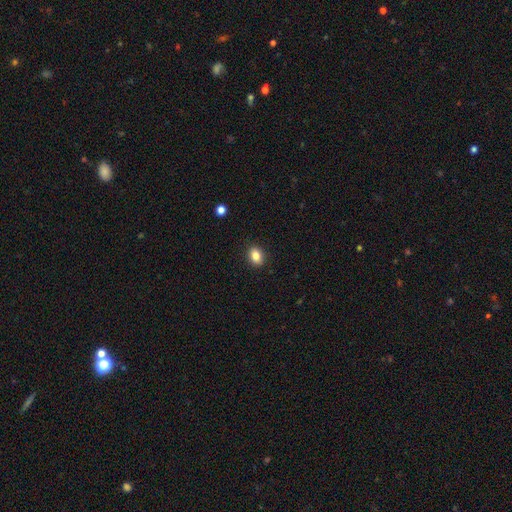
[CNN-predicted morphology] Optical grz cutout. It shows a smooth galaxy with no disk features (84%) that is in between round and cigar-shaped (71%). Merging: none (90%).